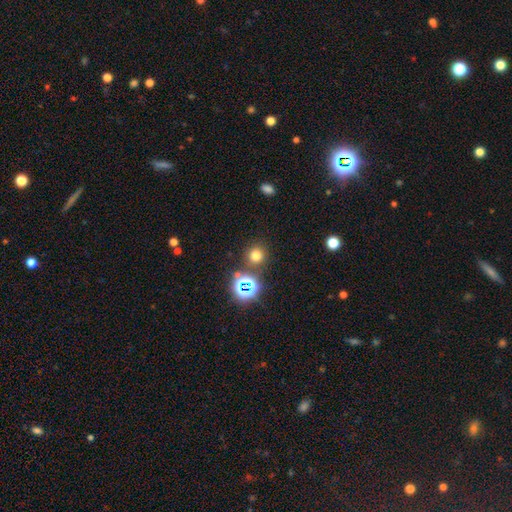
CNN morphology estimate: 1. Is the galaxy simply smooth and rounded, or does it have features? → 69% smooth, 24% star or artifact, 7% featured or disk.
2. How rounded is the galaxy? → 92% round, 7% in between, 1% cigar-shaped.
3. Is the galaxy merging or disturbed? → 84% none, 7% minor disturbance, 6% merger, 3% major disturbance.